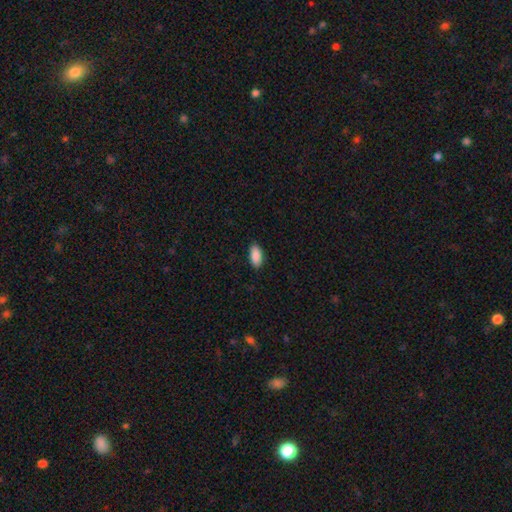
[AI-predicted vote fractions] This is clearly a smooth galaxy (90%). How rounded: clearly in between (91%). Merging: clearly none (88%).